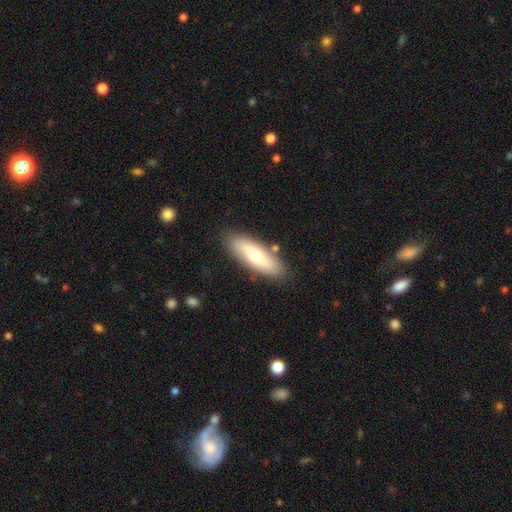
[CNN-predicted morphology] A smooth galaxy with no disk features (58%) that is in between round and cigar-shaped (59%). Merging: none (84%).